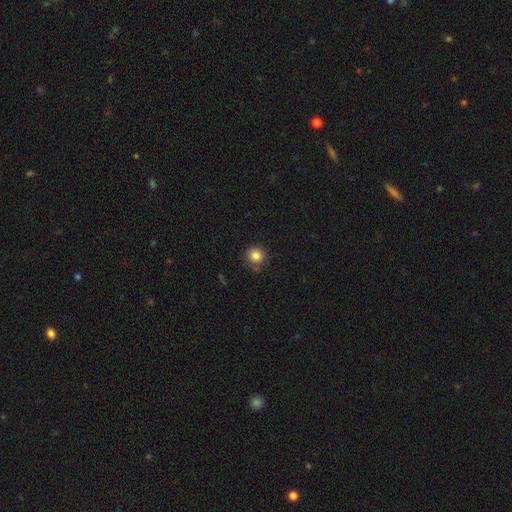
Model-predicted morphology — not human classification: smooth-or-featured: smooth: 84% | star or artifact: 11% | featured or disk: 5%
  how-rounded: round: 93% | in between: 6% | cigar-shaped: 1%
  merging: none: 83% | minor disturbance: 11% | merger: 3% | major disturbance: 3%